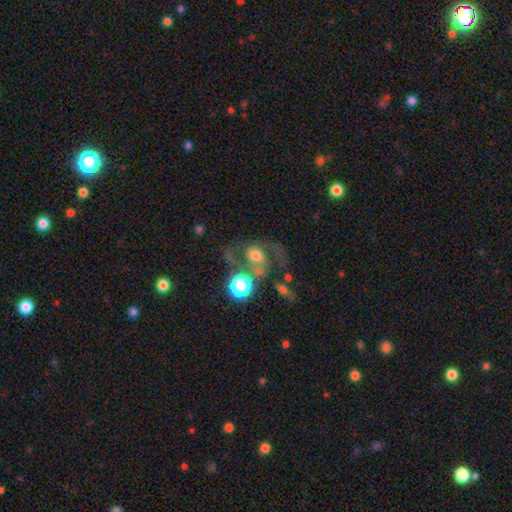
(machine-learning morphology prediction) This appears to be a featured or disk galaxy (47%). Merging: none (35%).